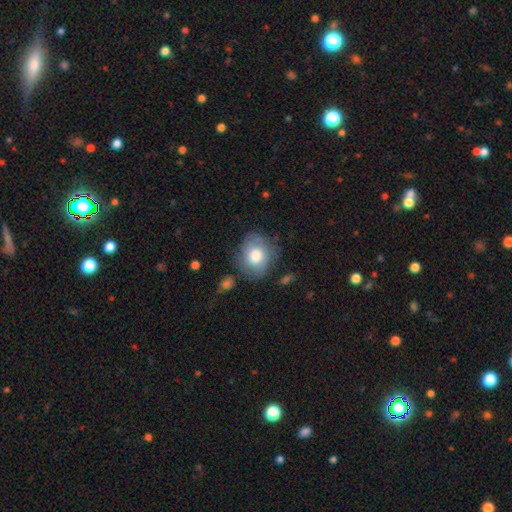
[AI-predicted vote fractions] The model was most divided on "how rounded": round: 67%, in between: 32%, cigar-shaped: 1%. More confident: merging — none (68%); smooth or featured — smooth (64%).